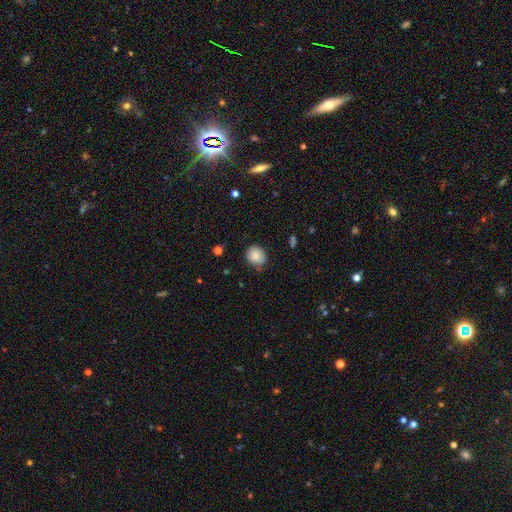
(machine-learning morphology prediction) Smooth or featured: smooth — 85% (star or artifact — 8%)
How rounded: round — 66% (in between — 34%)
Merging: none — 77% (minor disturbance — 18%)